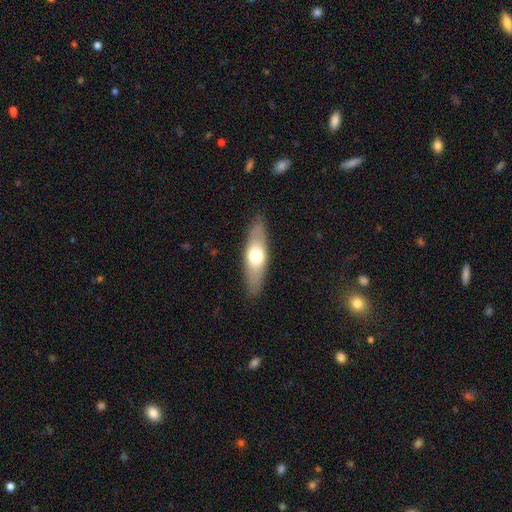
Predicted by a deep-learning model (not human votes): smooth_or_featured: smooth (p=0.56) [alt: featured or disk p=0.38]
how_rounded: in between (p=0.49) [alt: cigar-shaped p=0.48]
merging: none (p=0.87) [alt: minor disturbance p=0.10]